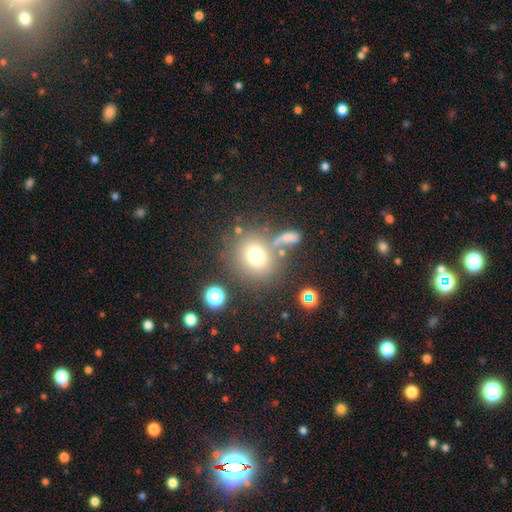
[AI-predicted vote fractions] This is likely a smooth galaxy (72%). How rounded: likely round (79%). Merging: likely none (67%).